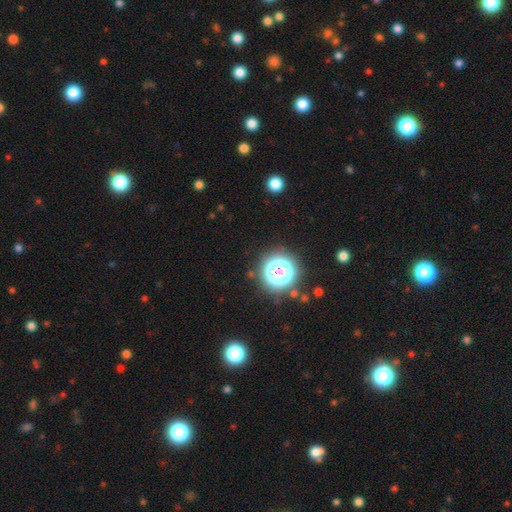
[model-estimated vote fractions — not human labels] smooth-or-featured: star or artifact: 79% | smooth: 15% | featured or disk: 6%